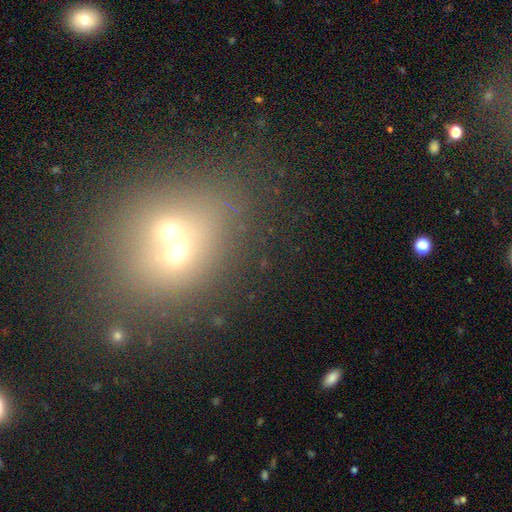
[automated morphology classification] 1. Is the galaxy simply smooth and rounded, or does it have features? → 45% smooth, 31% star or artifact, 24% featured or disk.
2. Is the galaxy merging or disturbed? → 60% merger, 29% none, 6% minor disturbance, 4% major disturbance.